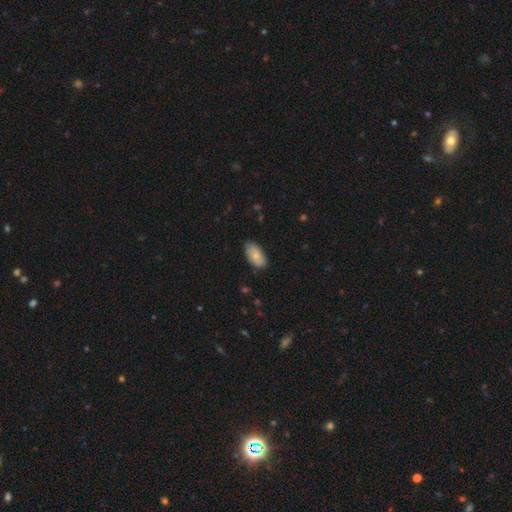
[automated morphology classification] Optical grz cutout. It shows a smooth galaxy with no disk features (81%) that is in between round and cigar-shaped (94%). Merging: none (82%).